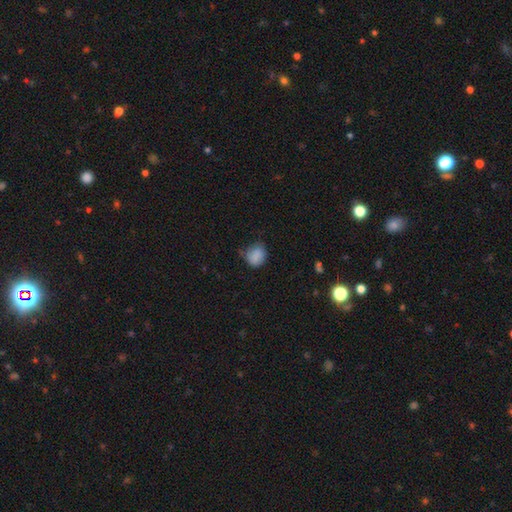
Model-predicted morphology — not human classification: This is clearly a smooth galaxy (83%). How rounded: possibly round (59%). Merging: possibly none (53%).